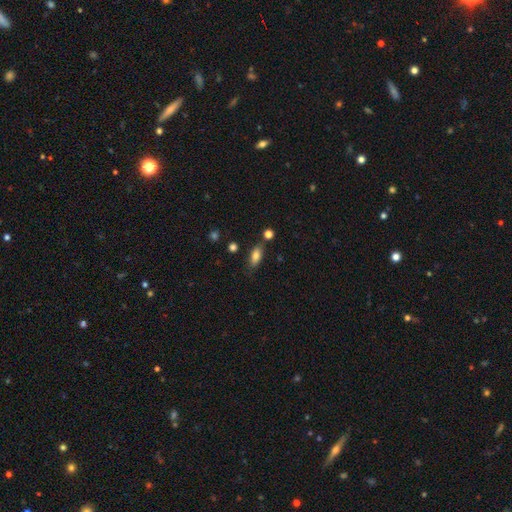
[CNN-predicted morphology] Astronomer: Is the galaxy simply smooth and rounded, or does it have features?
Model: smooth — 80%.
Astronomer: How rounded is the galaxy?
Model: in between — 78%.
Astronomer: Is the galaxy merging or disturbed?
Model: none — 76%.